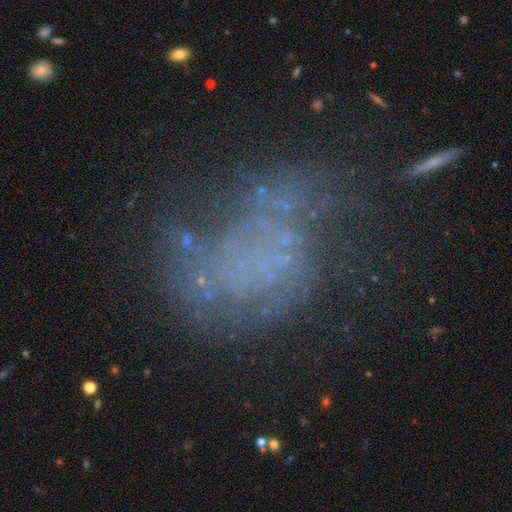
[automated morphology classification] A featured or disk galaxy (52%) with no bar (94%), no spiral arms (86%) and no central bulge (88%).

Vote fractions:
- Smooth or featured? featured or disk: 52% / star or artifact: 24% / smooth: 24%
- Edge-on disk? no: 97% / yes: 3%
- Bar? no: 94% / weak: 4% / strong: 2%
- Spiral arms? no: 86% / yes: 14%
- Bulge size? none: 88% / small: 5% / moderate: 2% / large: 2% / dominant: 2%
- Merging? none: 38% / major disturbance: 35% / minor disturbance: 19% / merger: 8%